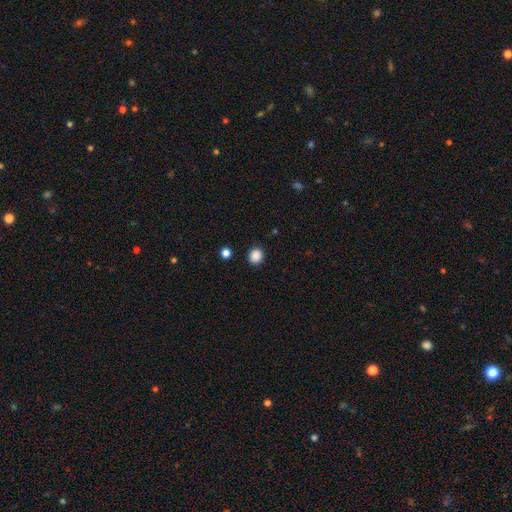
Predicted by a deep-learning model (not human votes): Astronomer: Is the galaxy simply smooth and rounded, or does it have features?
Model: smooth — 87%.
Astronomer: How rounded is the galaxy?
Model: round — 87%.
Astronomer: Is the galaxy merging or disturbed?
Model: none — 90%.